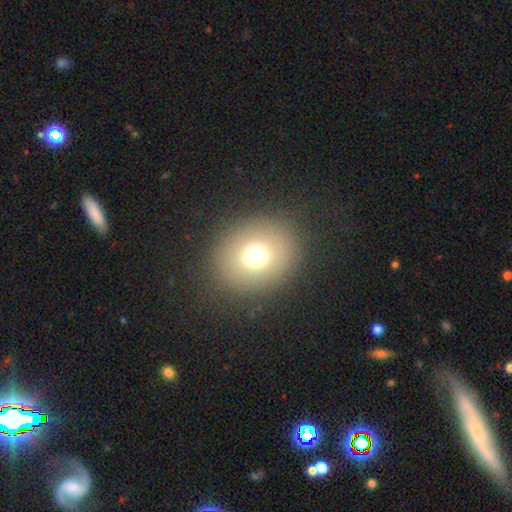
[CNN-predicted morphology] smooth 70%, star or artifact 18%, featured or disk 12%. Down the decision tree: how rounded — round (70%); merging — none (86%).